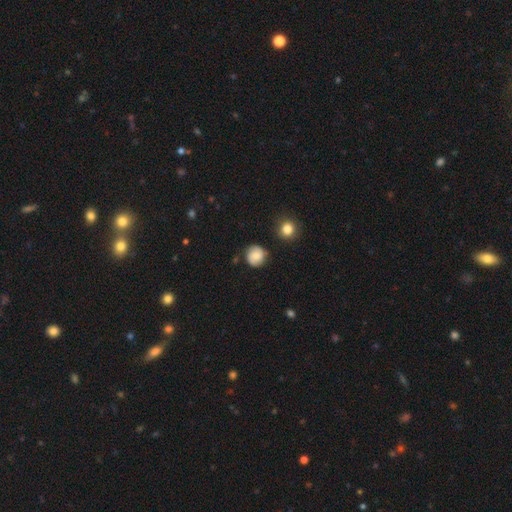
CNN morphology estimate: The model was most divided on "smooth or featured": smooth: 70%, featured or disk: 21%, star or artifact: 9%. More confident: how rounded — round (90%); merging — none (81%).